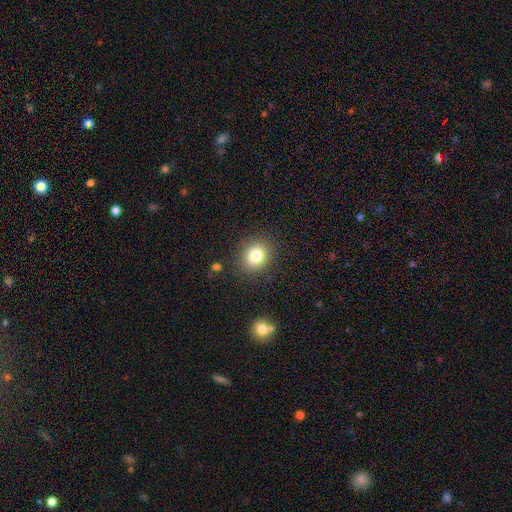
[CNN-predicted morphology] type=smooth (80%); roundness=round (74%); merging=none (87%).